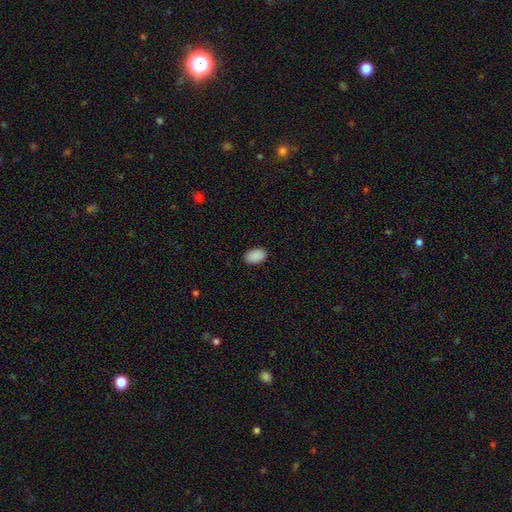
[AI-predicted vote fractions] Smooth or featured? smooth (91%)
How rounded? in between (91%)
Merging? none (90%)